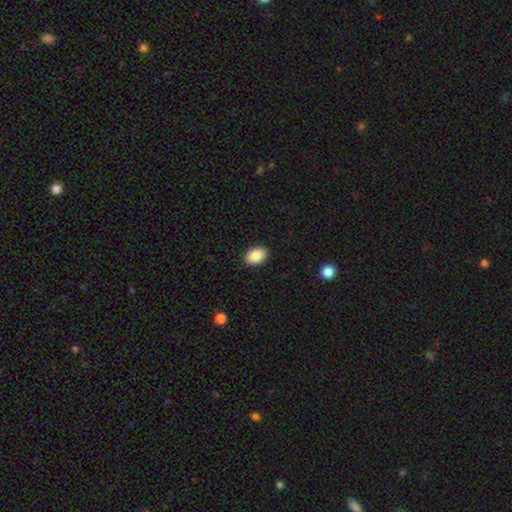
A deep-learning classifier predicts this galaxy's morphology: A smooth galaxy with no disk features (88%) that is in between round and cigar-shaped (88%). Merging: none (90%).